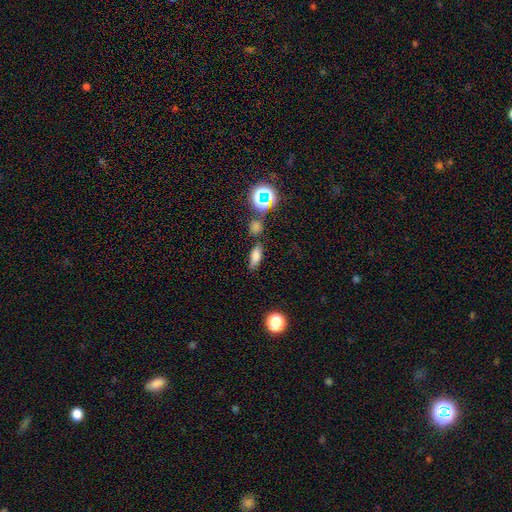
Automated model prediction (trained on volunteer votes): smooth-or-featured: smooth: 71% | star or artifact: 18% | featured or disk: 12%
  how-rounded: in between: 66% | cigar-shaped: 25% | round: 9%
  merging: none: 72% | minor disturbance: 14% | merger: 9% | major disturbance: 4%